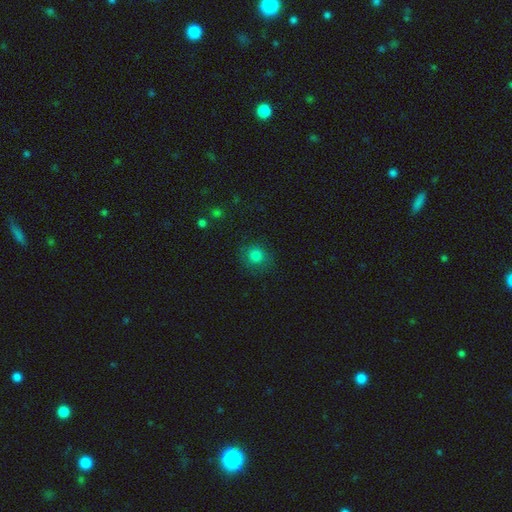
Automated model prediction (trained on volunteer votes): Smooth or featured: smooth — 81% (star or artifact — 12%)
How rounded: round — 86% (in between — 13%)
Merging: none — 81% (minor disturbance — 13%)